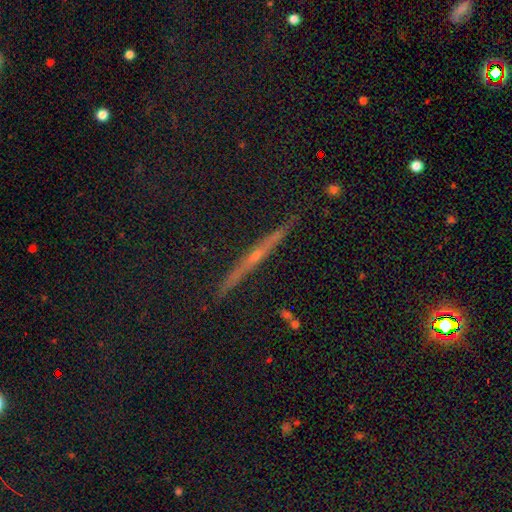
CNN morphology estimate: This is likely a featured or disk galaxy (64%). It is clearly viewed edge-on (96%). Edge-on bulge: likely rounded (72%). Merging: clearly none (90%).